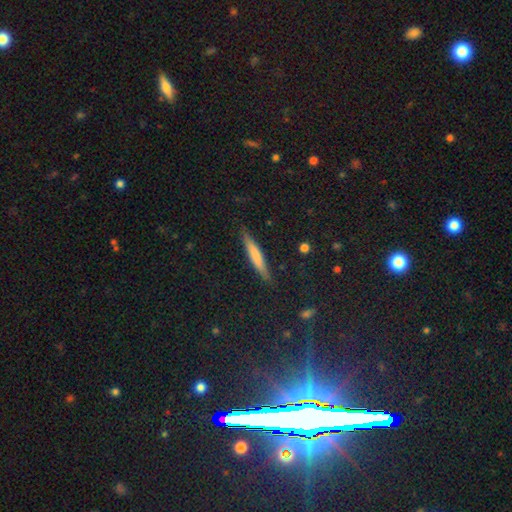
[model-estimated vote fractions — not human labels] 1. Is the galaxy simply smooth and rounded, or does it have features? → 64% smooth, 29% featured or disk, 8% star or artifact.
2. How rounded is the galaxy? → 92% cigar-shaped, 7% in between, 2% round.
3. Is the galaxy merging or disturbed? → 86% none, 10% minor disturbance, 2% major disturbance, 1% merger.